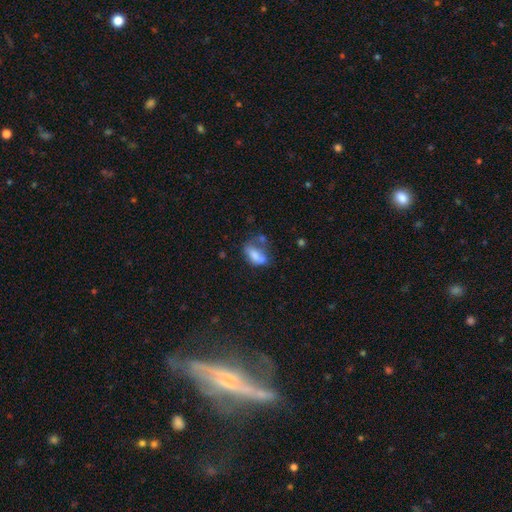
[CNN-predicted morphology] smooth 67%, featured or disk 23%, star or artifact 10%. Down the decision tree: how rounded — in between (83%); merging — none (32%).